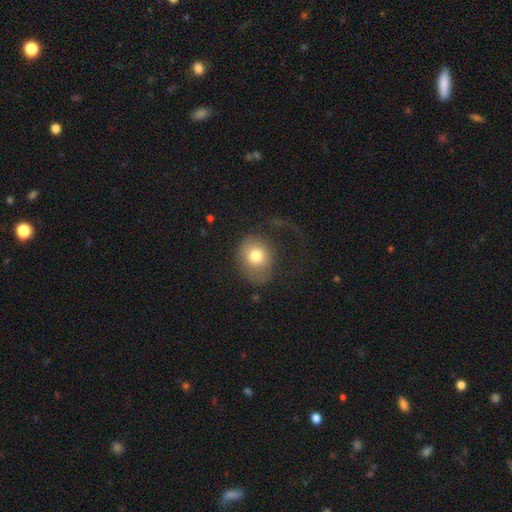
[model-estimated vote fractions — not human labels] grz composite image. It shows a smooth galaxy with no disk features (75%) that is round (65%). Merging: major disturbance (41%).